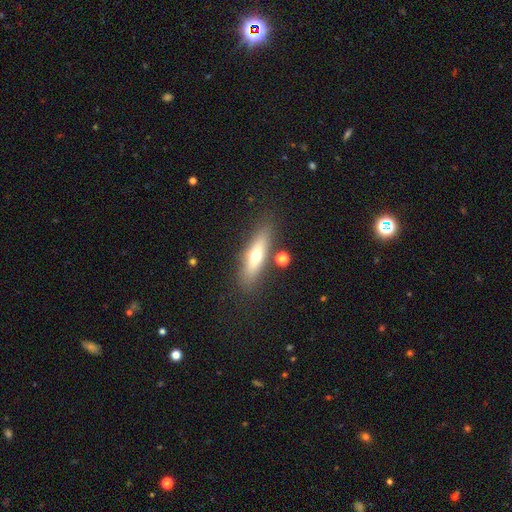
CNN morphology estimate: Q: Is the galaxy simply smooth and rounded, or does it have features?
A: smooth — 54%.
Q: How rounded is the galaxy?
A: cigar-shaped — 62%.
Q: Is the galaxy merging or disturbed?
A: none — 81%.